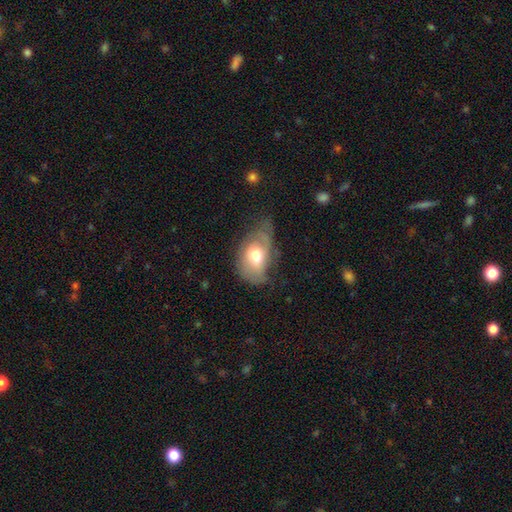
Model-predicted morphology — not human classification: smooth 58%, featured or disk 35%, star or artifact 7%. Down the decision tree: how rounded — in between (85%); merging — minor disturbance (38%).